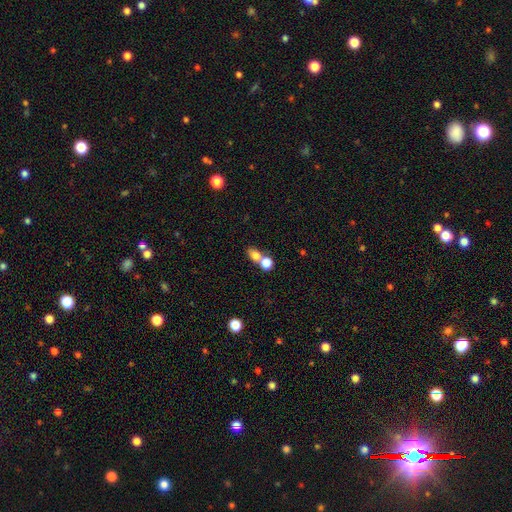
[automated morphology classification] A smooth galaxy with no disk features (78%) that is in between round and cigar-shaped (57%). Merging: merger (52%).